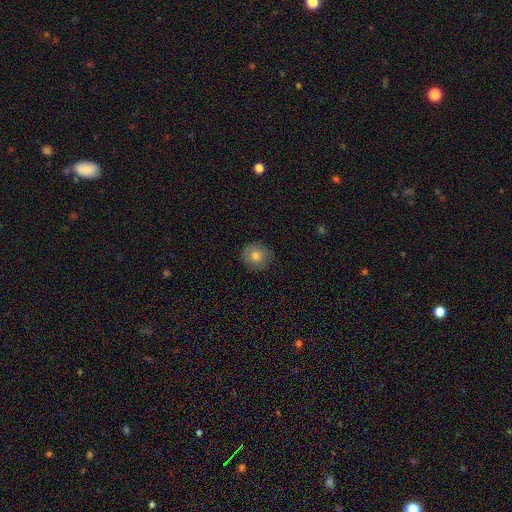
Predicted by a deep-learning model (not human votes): Smooth or featured?
  - smooth: 76% *
  - featured or disk: 13%
  - star or artifact: 11%
How rounded?
  - round: 91% *
  - in between: 8%
  - cigar-shaped: 1%
Merging?
  - none: 84% *
  - minor disturbance: 12%
  - major disturbance: 3%
  - merger: 1%